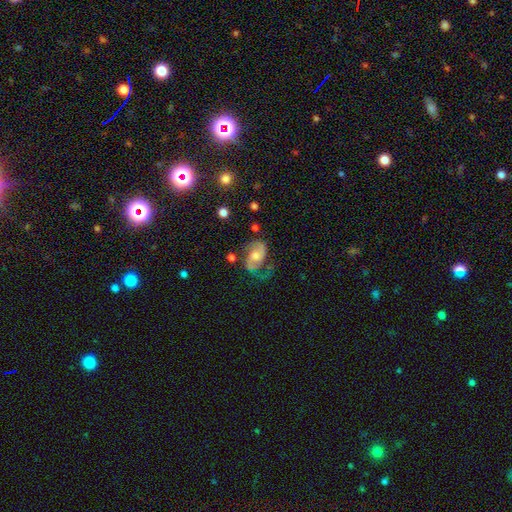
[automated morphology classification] Overall: featured or disk (80%). Edge-on disk: no (97%). Bar: no (56%; weak 35%). Spiral arms: yes (93%). Spiral arm count: 2 (85%). Spiral winding: medium (49%; loose 31%). Bulge size: moderate (58%; small 25%). Merging: none (56%; minor disturbance 22%).